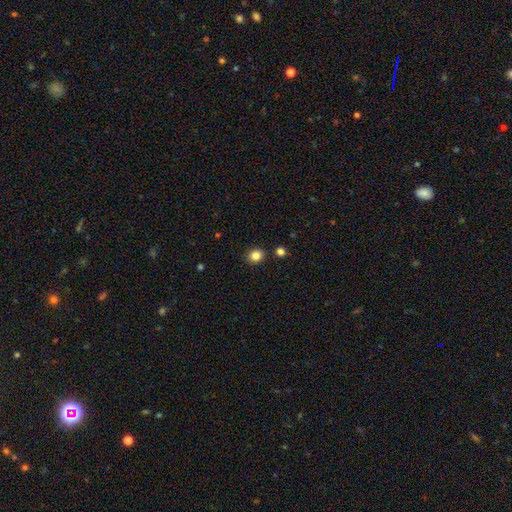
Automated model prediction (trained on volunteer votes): smooth-or-featured: smooth: 84% | star or artifact: 11% | featured or disk: 5%
  how-rounded: round: 68% | in between: 31% | cigar-shaped: 1%
  merging: none: 88% | minor disturbance: 7% | merger: 3% | major disturbance: 2%